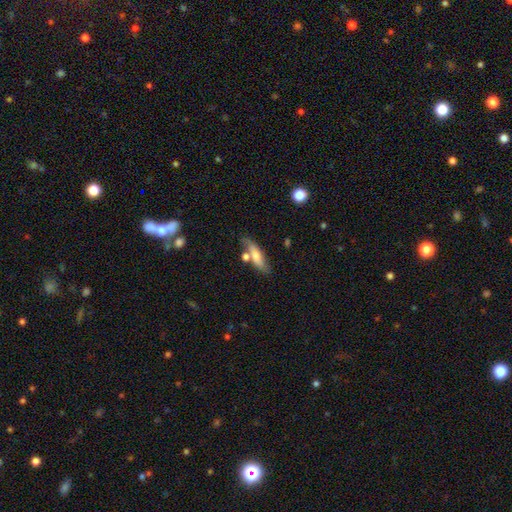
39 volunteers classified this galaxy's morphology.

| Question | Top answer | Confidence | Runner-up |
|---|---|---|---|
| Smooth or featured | smooth | 46% | featured or disk (44%) |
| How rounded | in between | 50% | tied: cigar-shaped (50%) |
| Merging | none | 43% | minor disturbance (26%) |